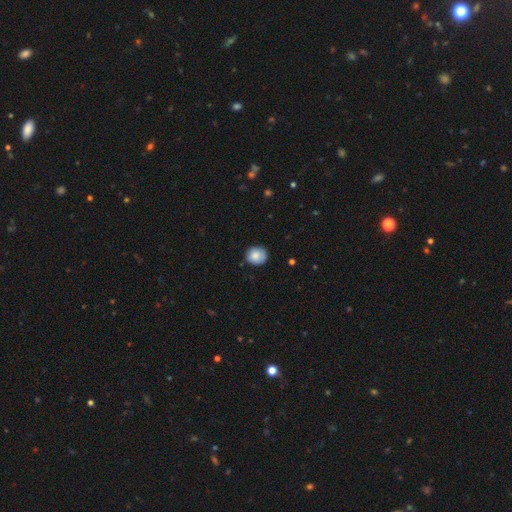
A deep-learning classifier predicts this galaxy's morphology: Overall: smooth (84%). How rounded: round (83%). Merging: none (79%).